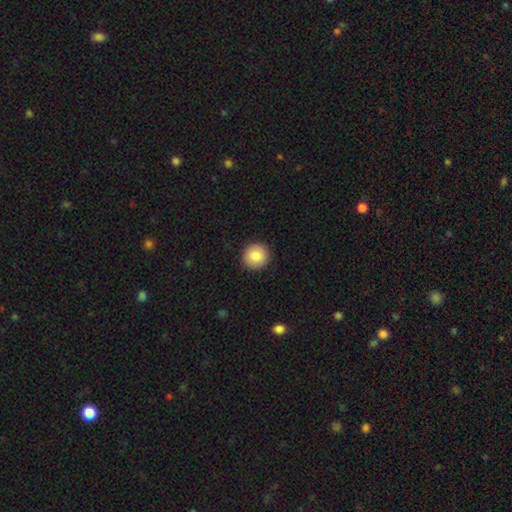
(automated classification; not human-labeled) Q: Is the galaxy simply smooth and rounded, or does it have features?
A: smooth — 86%.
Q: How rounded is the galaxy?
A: round — 92%.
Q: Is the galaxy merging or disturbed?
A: none — 92%.